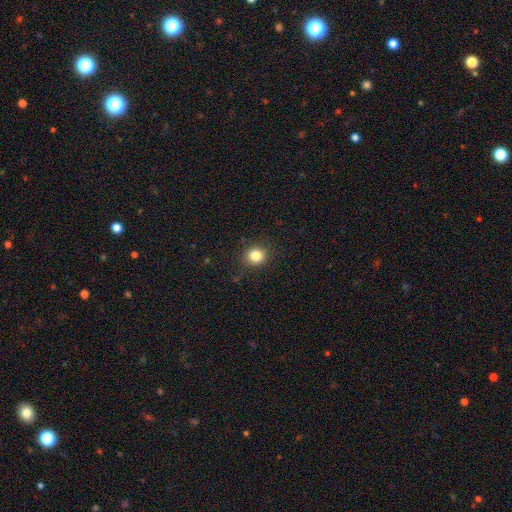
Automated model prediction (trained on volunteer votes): The model was most divided on "how rounded": round: 84%, in between: 15%, cigar-shaped: 1%. More confident: merging — none (88%); smooth or featured — smooth (83%).